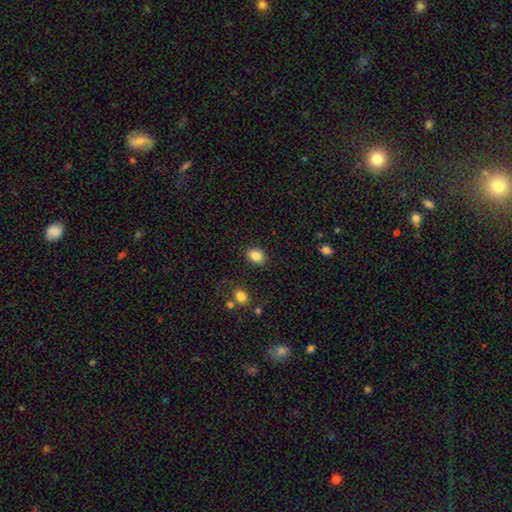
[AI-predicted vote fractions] A smooth galaxy with no disk features (86%) that is in between round and cigar-shaped (62%).

Vote fractions:
- Smooth or featured? smooth: 86% / star or artifact: 9% / featured or disk: 5%
- How rounded? in between: 62% / round: 37% / cigar-shaped: 1%
- Merging? none: 86% / minor disturbance: 9% / major disturbance: 3% / merger: 2%